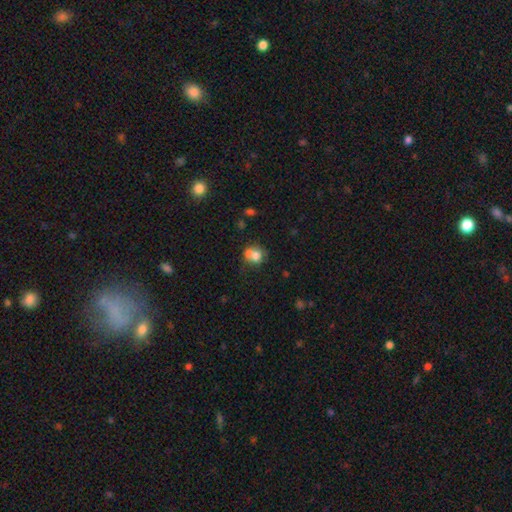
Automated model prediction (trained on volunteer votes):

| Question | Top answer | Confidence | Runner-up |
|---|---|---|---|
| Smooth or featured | smooth | 72% | featured or disk (17%) |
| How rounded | round | 69% | in between (30%) |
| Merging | merger | 44% | none (35%) |